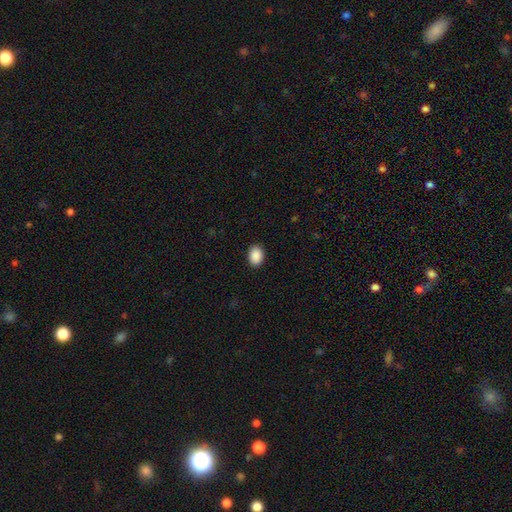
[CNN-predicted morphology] This appears to be a smooth galaxy with no disk features (90%) that is in between round and cigar-shaped (71%). Merging: none (90%).